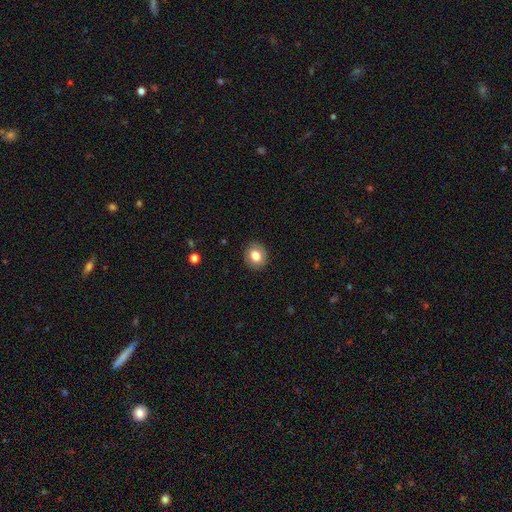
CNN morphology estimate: type=smooth (81%); roundness=round (68%); merging=none (89%).